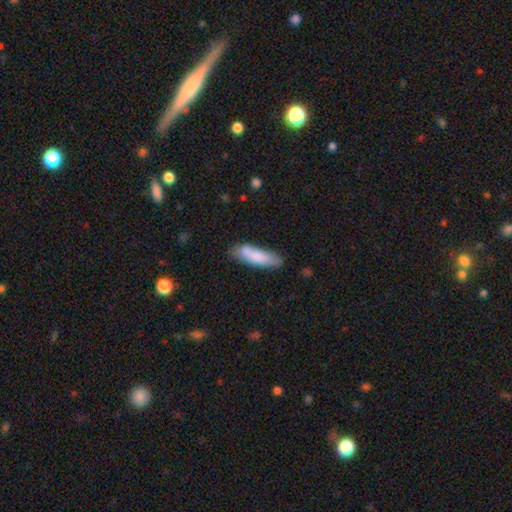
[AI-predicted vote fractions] Smooth or featured? Predicted: smooth (p=0.79). How rounded? Predicted: cigar-shaped (p=0.61). Merging? Predicted: none (p=0.65).